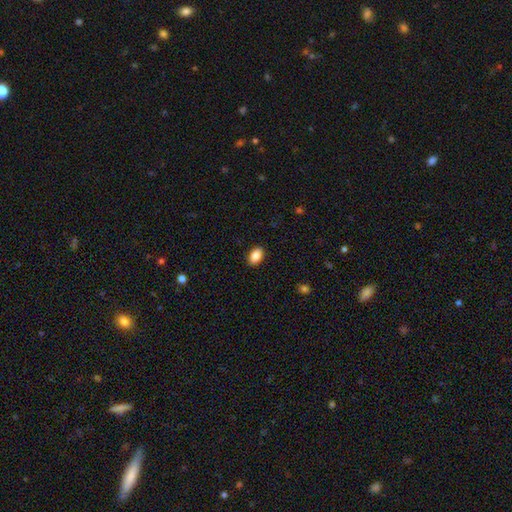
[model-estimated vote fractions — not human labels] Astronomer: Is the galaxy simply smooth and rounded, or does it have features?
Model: smooth — 88%.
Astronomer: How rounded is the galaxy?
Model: in between — 89%.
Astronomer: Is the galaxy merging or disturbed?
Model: none — 90%.